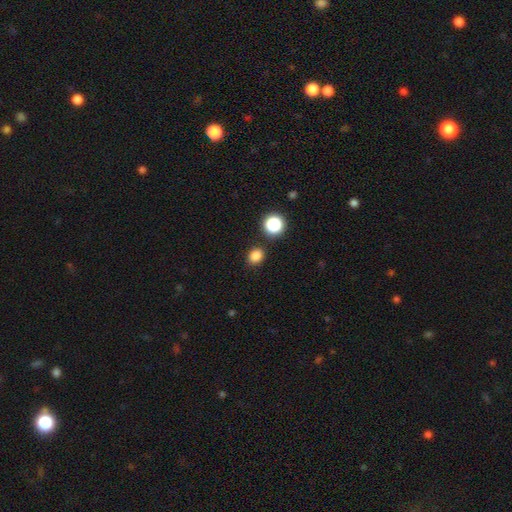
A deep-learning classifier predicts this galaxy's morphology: This is clearly a smooth galaxy (82%). How rounded: possibly round (60%). Merging: clearly none (86%).